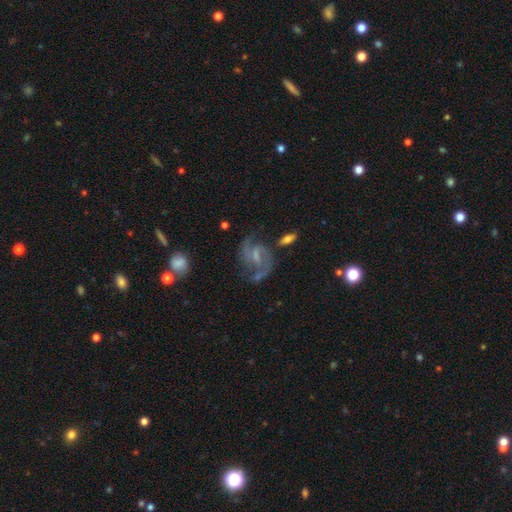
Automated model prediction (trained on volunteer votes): This appears to be a featured or disk galaxy (84%) with a weak bar (55%), 2 (88%) medium (56%) spiral arms (95%) and a small central bulge (43%). Merging: none (65%).